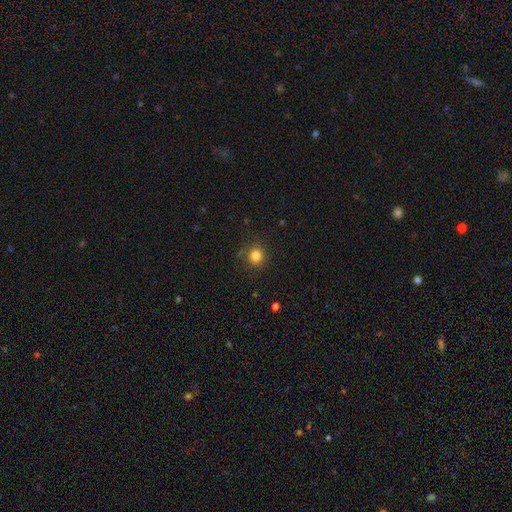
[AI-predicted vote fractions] The model was most divided on "smooth or featured": smooth: 82%, star or artifact: 13%, featured or disk: 5%. More confident: how rounded — round (89%); merging — none (84%).